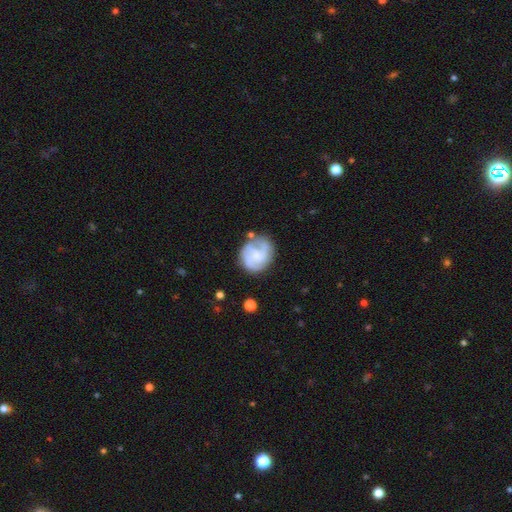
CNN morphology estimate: A featured or disk galaxy (72%) with no bar (64%), 3 (39%) medium (45%) spiral arms (91%) and a small central bulge (57%). Merging: none (68%).